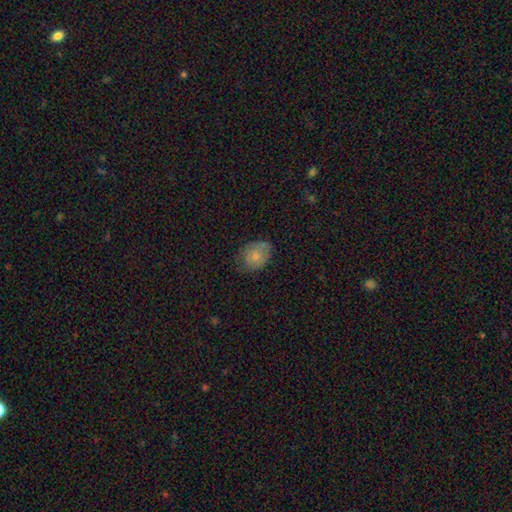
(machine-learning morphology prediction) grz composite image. It shows a smooth galaxy with no disk features (75%) that is in between round and cigar-shaped (58%). Merging: none (60%).